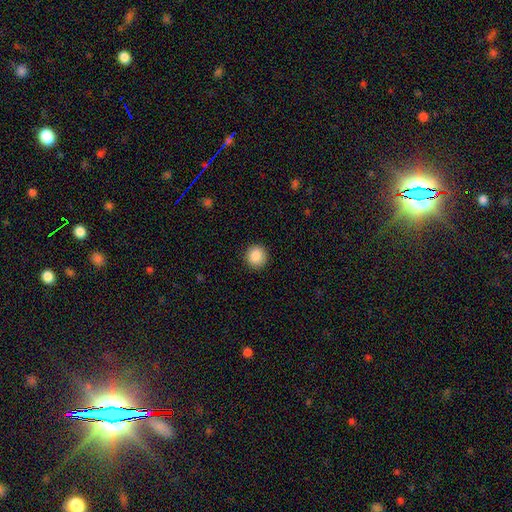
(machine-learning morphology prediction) Smooth or featured?
  - smooth: 88% *
  - star or artifact: 8%
  - featured or disk: 4%
How rounded?
  - round: 94% *
  - in between: 5%
  - cigar-shaped: 1%
Merging?
  - none: 92% *
  - minor disturbance: 5%
  - major disturbance: 2%
  - merger: 1%